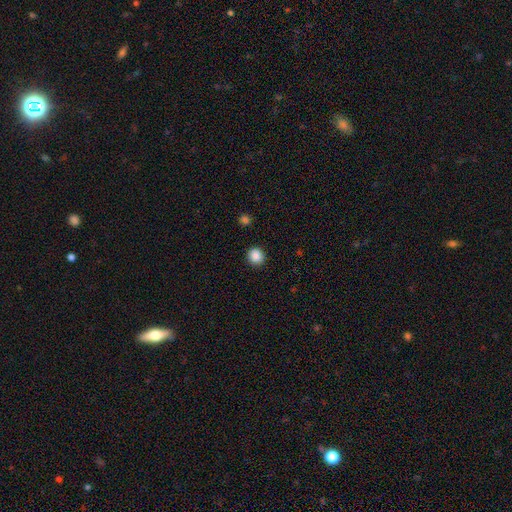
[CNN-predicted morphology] type=smooth (88%); roundness=round (86%); merging=none (92%).